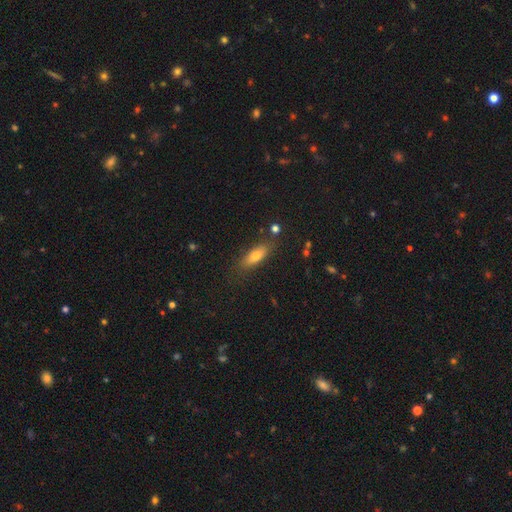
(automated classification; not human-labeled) Overall: smooth (71%). How rounded: in between (59%; cigar-shaped 38%). Merging: none (80%).